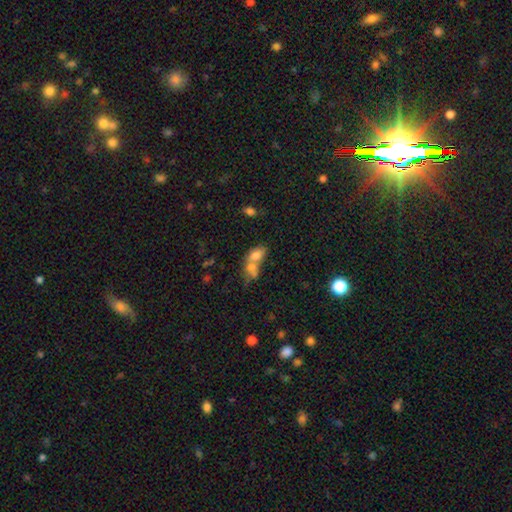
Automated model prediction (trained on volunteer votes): smooth-or-featured: smooth: 71% | featured or disk: 18% | star or artifact: 11%
  how-rounded: in between: 78% | round: 18% | cigar-shaped: 3%
  merging: merger: 69% | none: 18% | minor disturbance: 7% | major disturbance: 5%